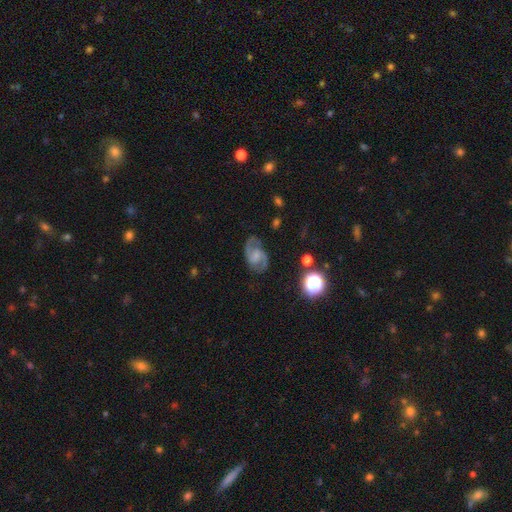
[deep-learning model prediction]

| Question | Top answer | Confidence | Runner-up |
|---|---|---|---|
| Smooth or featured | featured or disk | 83% | smooth (10%) |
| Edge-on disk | no | 98% | yes (2%) |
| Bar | weak | 49% | no (39%) |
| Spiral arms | yes | 96% | no (4%) |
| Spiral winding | medium | 59% | loose (24%) |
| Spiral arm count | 2 | 92% | can't tell (4%) |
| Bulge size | small | 42% | none (27%) |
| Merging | none | 78% | minor disturbance (14%) |